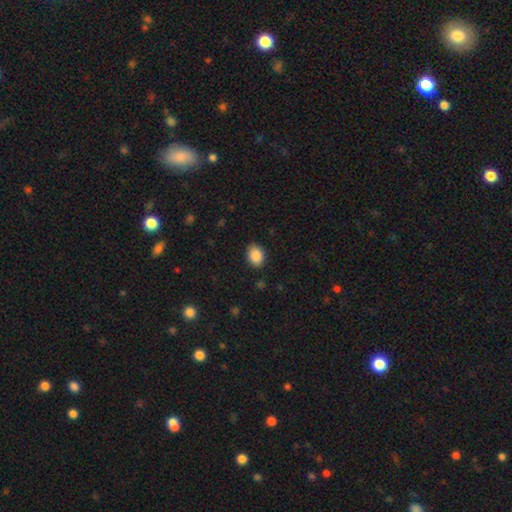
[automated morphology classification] Smooth or featured: smooth — 88% (star or artifact — 8%)
How rounded: in between — 69% (round — 30%)
Merging: none — 87% (minor disturbance — 10%)